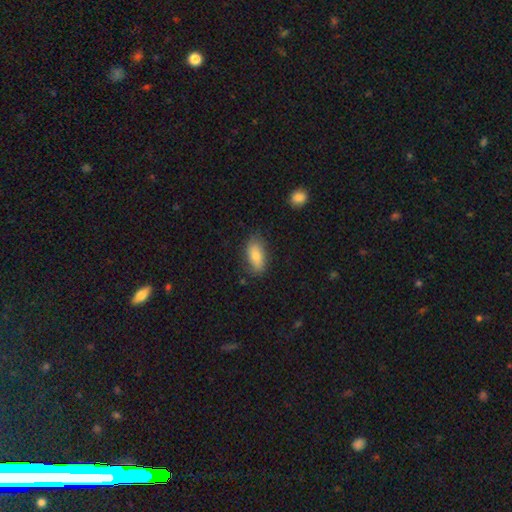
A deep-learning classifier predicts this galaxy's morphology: This appears to be a smooth galaxy with no disk features (79%) that is in between round and cigar-shaped (87%). Merging: none (77%).